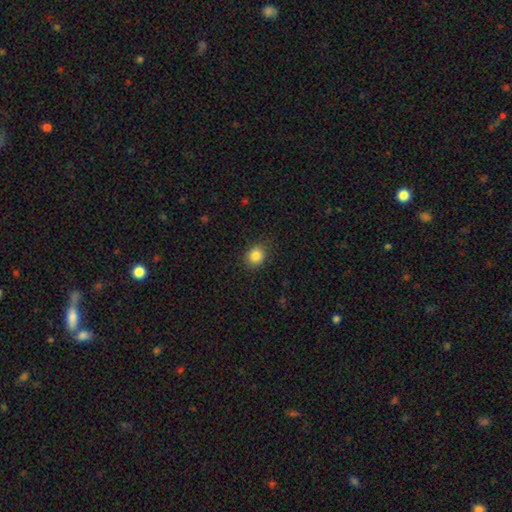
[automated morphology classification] This is clearly a smooth galaxy (85%). How rounded: likely round (68%). Merging: clearly none (88%).